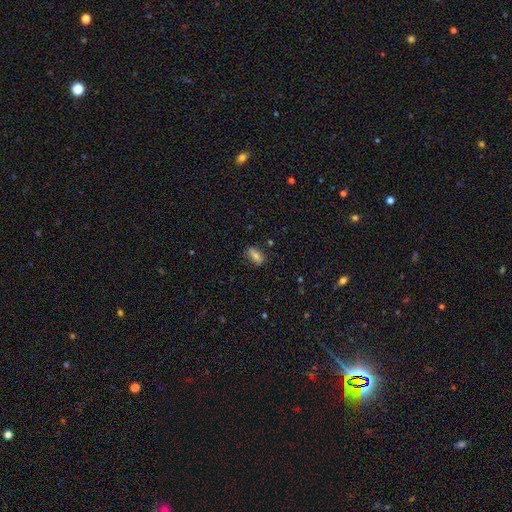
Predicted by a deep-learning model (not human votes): Smooth or featured: smooth — 66% (featured or disk — 22%)
How rounded: in between — 76% (cigar-shaped — 14%)
Merging: none — 82% (minor disturbance — 13%)